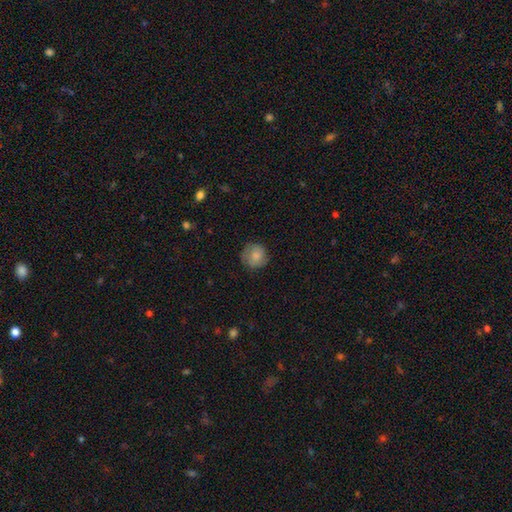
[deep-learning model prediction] Smooth or featured: smooth — 80% (featured or disk — 13%)
How rounded: round — 91% (in between — 8%)
Merging: none — 79% (minor disturbance — 16%)